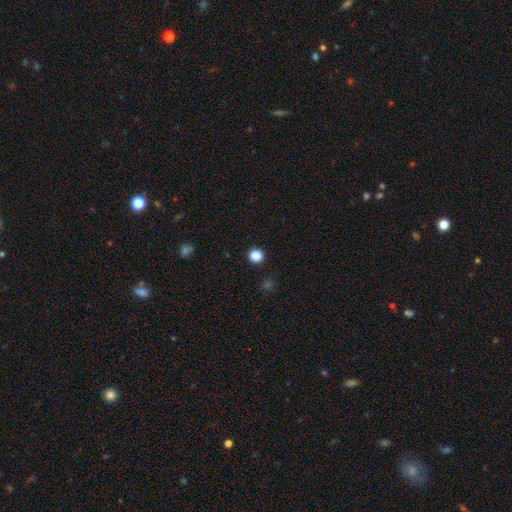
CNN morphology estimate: Overall: smooth (86%). How rounded: round (93%). Merging: none (93%).